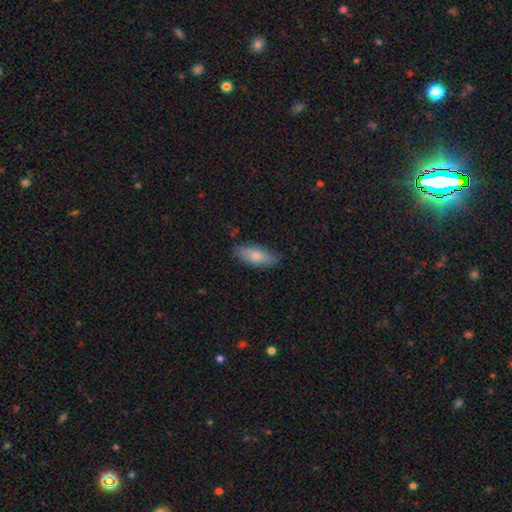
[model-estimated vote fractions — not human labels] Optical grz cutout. It shows a smooth galaxy with no disk features (77%) that is in between round and cigar-shaped (82%). Merging: none (77%).